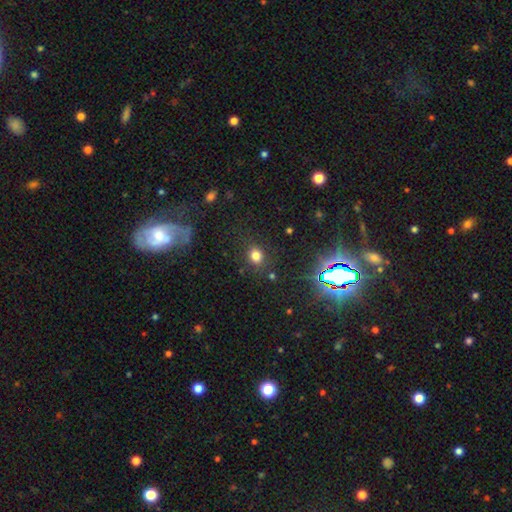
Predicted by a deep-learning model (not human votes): Smooth or featured: smooth — 75% (star or artifact — 18%)
How rounded: round — 63% (in between — 36%)
Merging: none — 81% (minor disturbance — 11%)